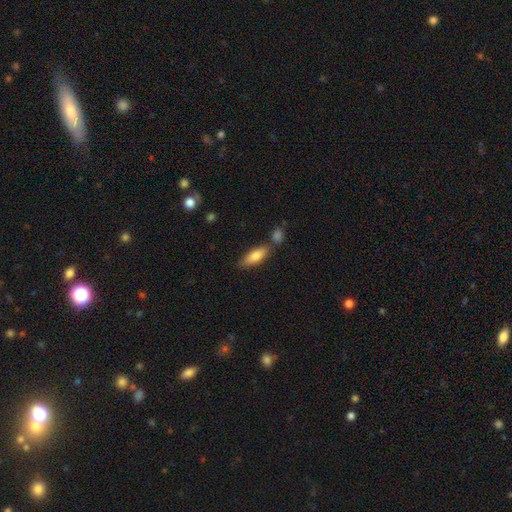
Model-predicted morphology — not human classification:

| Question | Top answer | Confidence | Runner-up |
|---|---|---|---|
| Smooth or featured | smooth | 79% | featured or disk (15%) |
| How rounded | in between | 64% | cigar-shaped (33%) |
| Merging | none | 64% | merger (19%) |